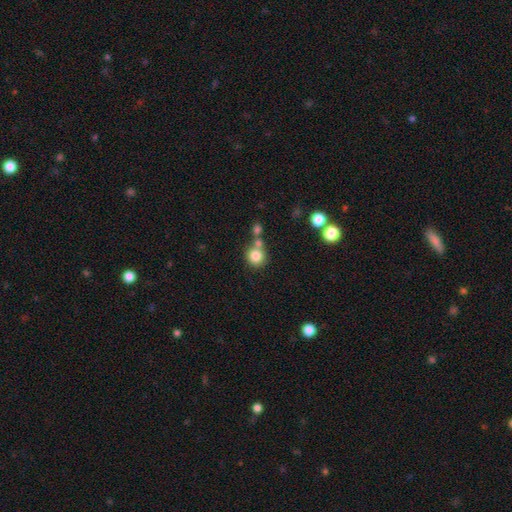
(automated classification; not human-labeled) Smooth or featured?
  - smooth: 81% *
  - star or artifact: 11%
  - featured or disk: 8%
How rounded?
  - round: 91% *
  - in between: 8%
  - cigar-shaped: 1%
Merging?
  - none: 58% *
  - merger: 29%
  - minor disturbance: 9%
  - major disturbance: 4%